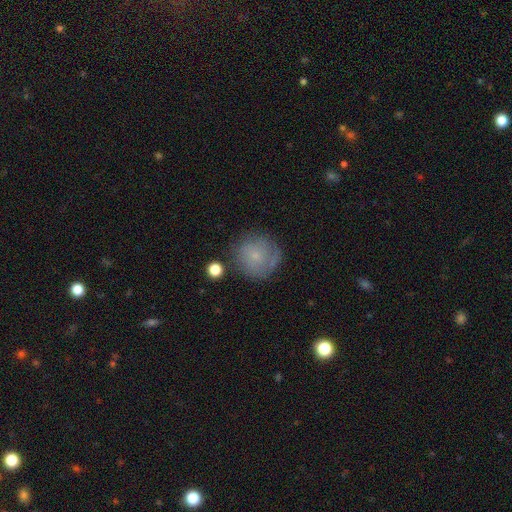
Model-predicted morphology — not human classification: smooth_or_featured: smooth (p=0.59) [alt: featured or disk p=0.32]
how_rounded: round (p=0.92) [alt: in between p=0.07]
merging: none (p=0.69) [alt: minor disturbance p=0.20]